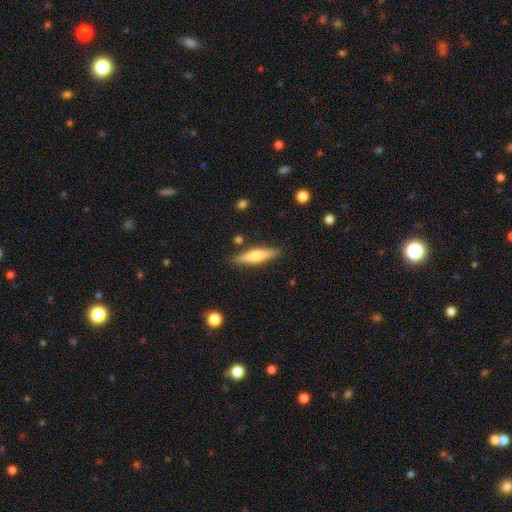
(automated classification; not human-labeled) Smooth or featured?
  - featured or disk: 47% * (tied)
  - smooth: 47% * (tied)
  - star or artifact: 6%
Merging?
  - none: 87% *
  - minor disturbance: 9%
  - merger: 2%
  - major disturbance: 2%